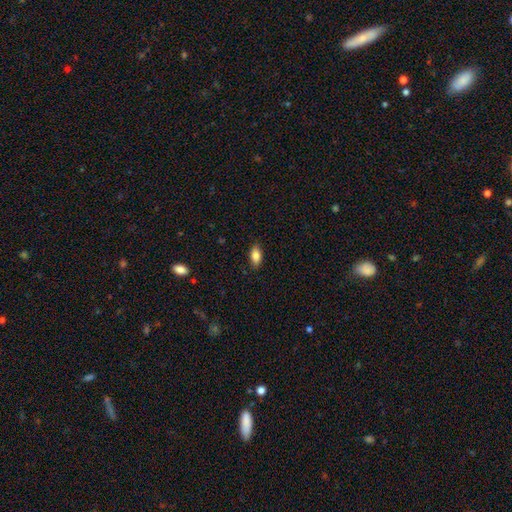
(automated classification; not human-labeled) This is clearly a smooth galaxy (83%). How rounded: clearly in between (89%). Merging: clearly none (87%).